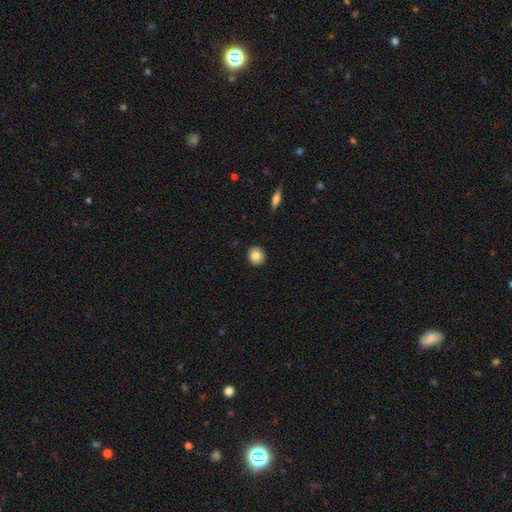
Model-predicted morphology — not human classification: Smooth or featured?
  - smooth: 83% *
  - star or artifact: 8%
  - featured or disk: 8%
How rounded?
  - round: 85% *
  - in between: 14%
  - cigar-shaped: 1%
Merging?
  - none: 92% *
  - minor disturbance: 6%
  - major disturbance: 2%
  - merger: 1%